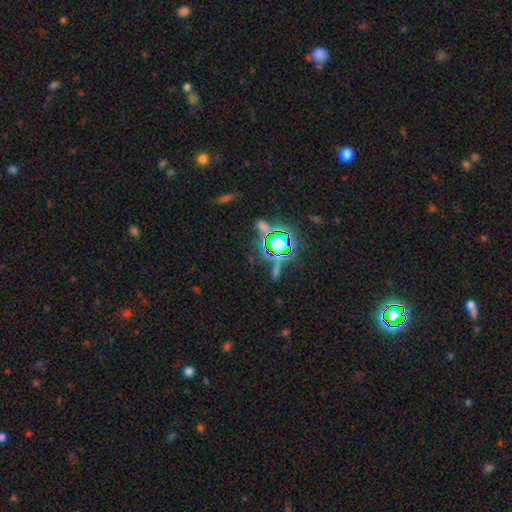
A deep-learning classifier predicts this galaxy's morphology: This appears to be a star or artifact, not a galaxy (78%).